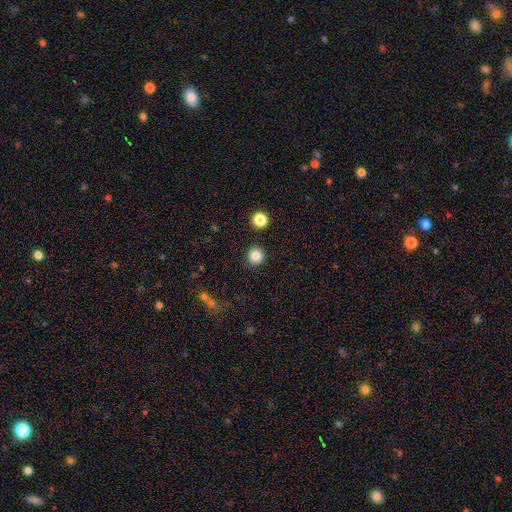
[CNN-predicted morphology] smooth-or-featured: smooth: 85% | star or artifact: 12% | featured or disk: 4%
  how-rounded: round: 95% | in between: 4% | cigar-shaped: 1%
  merging: none: 91% | minor disturbance: 5% | merger: 2% | major disturbance: 2%